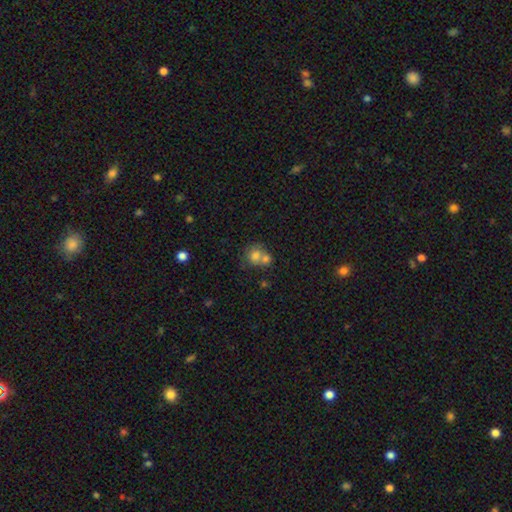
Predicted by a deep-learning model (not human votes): This appears to be a smooth galaxy with no disk features (73%) that is round (75%). Merging: merger (58%).